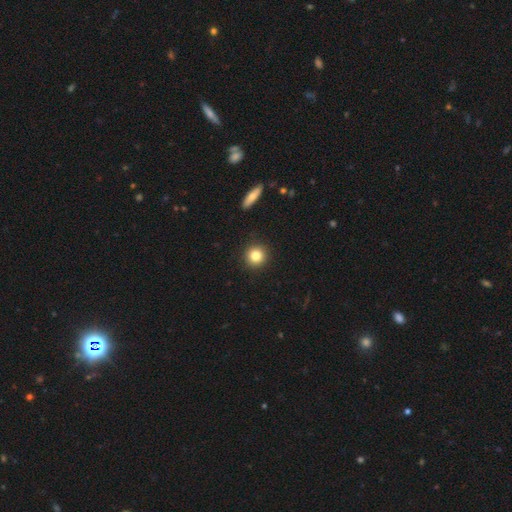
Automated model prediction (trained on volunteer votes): Q: Smooth or featured?
A: smooth (83%); runner-up: star or artifact (10%)
Q: How rounded?
A: round (94%); runner-up: in between (5%)
Q: Merging?
A: none (92%); runner-up: minor disturbance (5%)